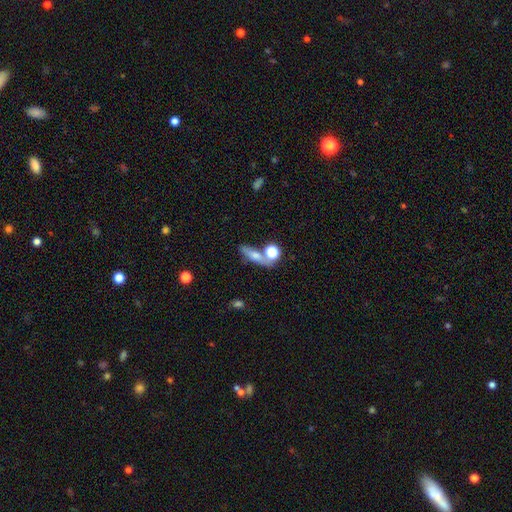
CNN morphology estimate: smooth 58%, featured or disk 30%, star or artifact 12%. Down the decision tree: how rounded — cigar-shaped (49%); merging — none (59%).